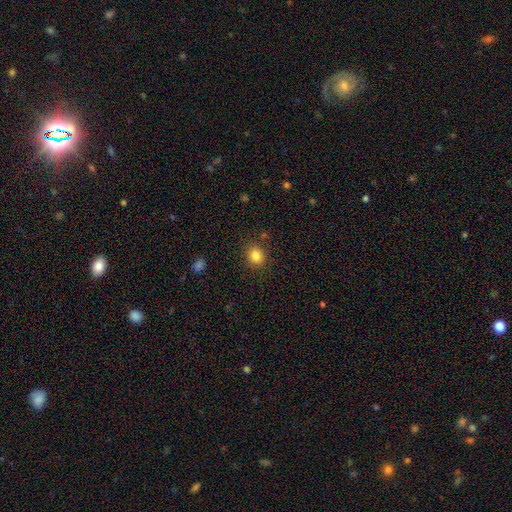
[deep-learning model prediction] This is clearly a smooth galaxy (84%). How rounded: likely round (79%). Merging: clearly none (86%).